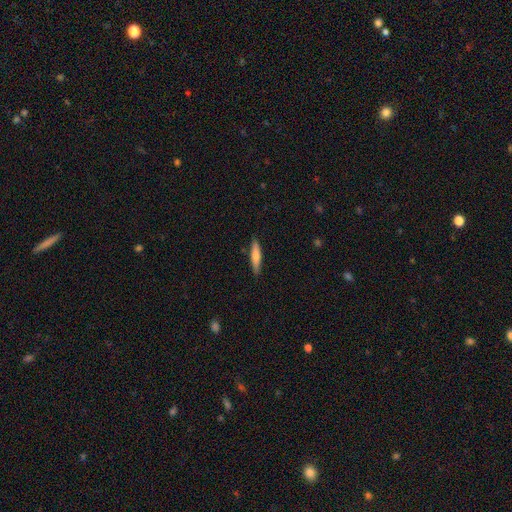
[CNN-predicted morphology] This appears to be a smooth galaxy with no disk features (70%) that is cigar-shaped (84%). Merging: none (88%).